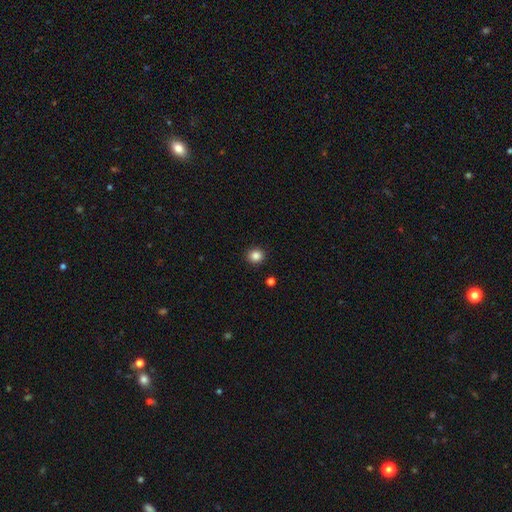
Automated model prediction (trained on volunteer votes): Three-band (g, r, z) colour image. It shows a smooth galaxy with no disk features (85%) that is round (89%). Merging: none (92%).